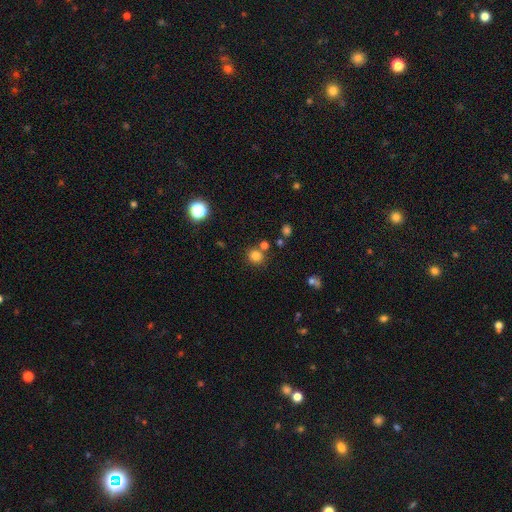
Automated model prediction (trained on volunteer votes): Smooth or featured?
  - smooth: 79% *
  - star or artifact: 16%
  - featured or disk: 5%
How rounded?
  - round: 88% *
  - in between: 11%
  - cigar-shaped: 1%
Merging?
  - none: 75% *
  - merger: 13%
  - minor disturbance: 9%
  - major disturbance: 3%